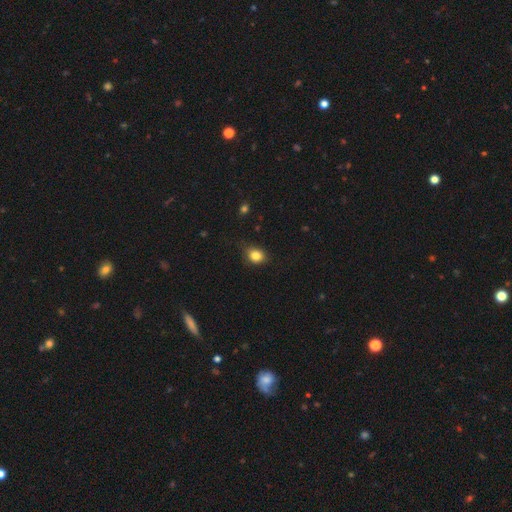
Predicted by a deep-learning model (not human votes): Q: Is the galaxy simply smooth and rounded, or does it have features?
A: smooth — 82%.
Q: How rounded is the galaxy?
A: round — 57%.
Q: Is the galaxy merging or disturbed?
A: none — 73%.